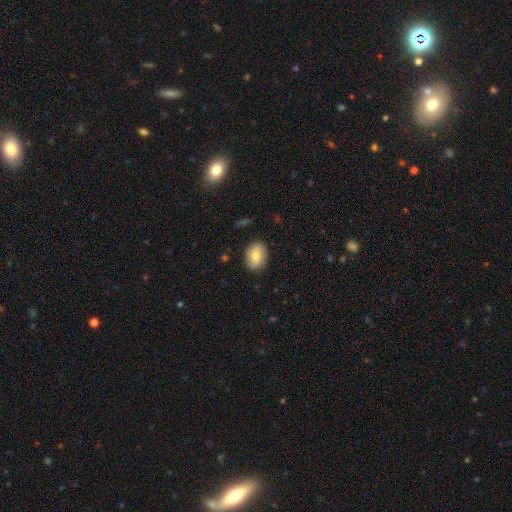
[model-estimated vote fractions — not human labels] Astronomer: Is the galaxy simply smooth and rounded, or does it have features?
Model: smooth — 78%.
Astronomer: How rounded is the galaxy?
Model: in between — 79%.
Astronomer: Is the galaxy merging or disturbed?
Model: none — 82%.